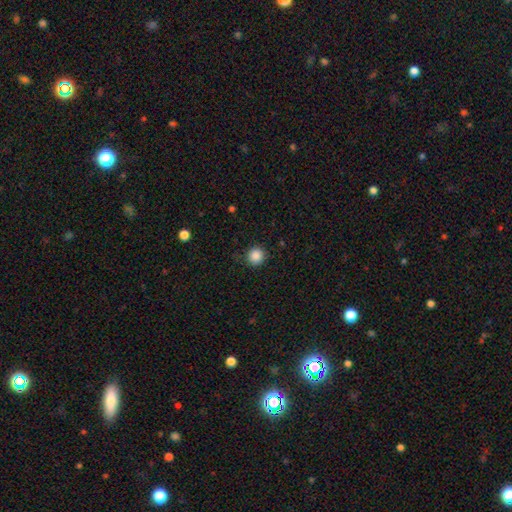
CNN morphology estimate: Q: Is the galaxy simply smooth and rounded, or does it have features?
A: smooth — 87%.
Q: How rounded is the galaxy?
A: round — 94%.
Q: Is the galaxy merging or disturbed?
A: none — 88%.